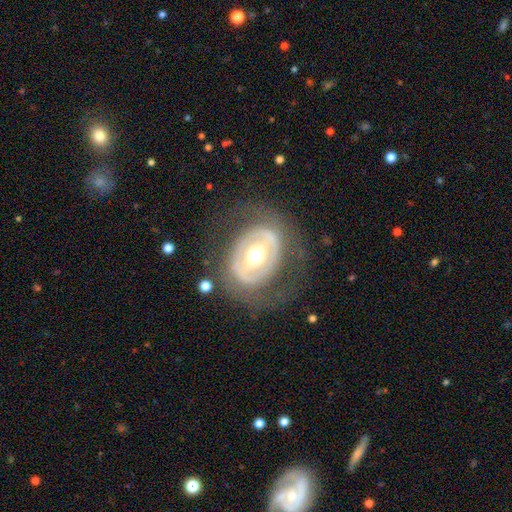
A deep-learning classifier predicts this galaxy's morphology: Q: Smooth or featured?
A: featured or disk (72%); runner-up: smooth (23%)
Q: Edge-on disk?
A: no (94%); runner-up: yes (6%)
Q: Bar?
A: no (37%); runner-up: strong (33%)
Q: Spiral arms?
A: no (72%); runner-up: yes (28%)
Q: Bulge size?
A: moderate (72%); runner-up: large (13%)
Q: Merging?
A: none (69%); runner-up: minor disturbance (15%)